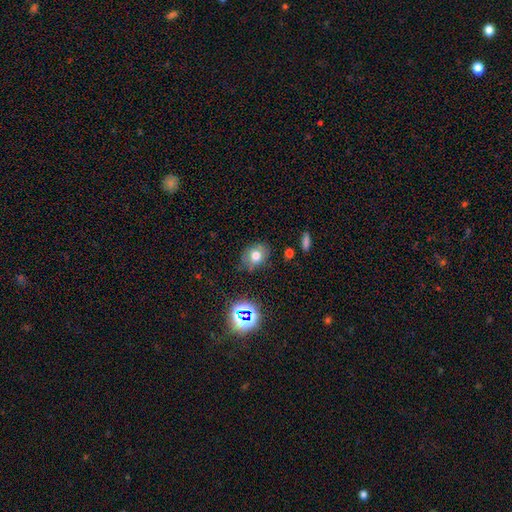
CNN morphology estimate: The model was most divided on "how rounded": in between: 52%, round: 47%, cigar-shaped: 1%. More confident: merging — none (74%); smooth or featured — smooth (69%).